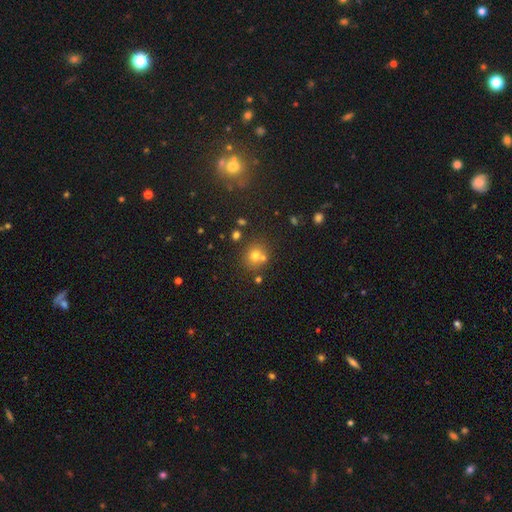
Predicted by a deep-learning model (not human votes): Q: Smooth or featured?
A: smooth (70%); runner-up: star or artifact (18%)
Q: How rounded?
A: round (84%); runner-up: in between (15%)
Q: Merging?
A: none (63%); runner-up: merger (24%)